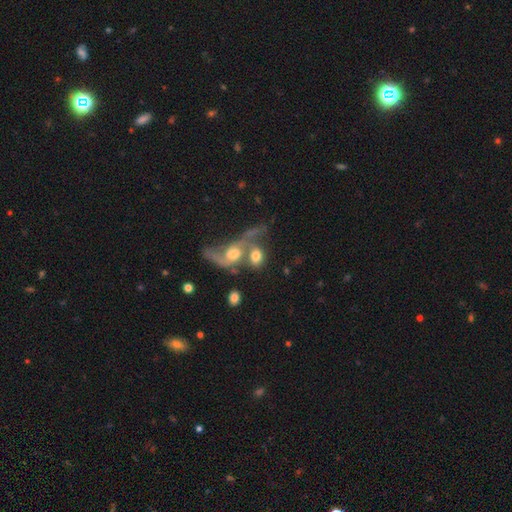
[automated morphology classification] smooth-or-featured: smooth: 54% | featured or disk: 37% | star or artifact: 10%
  how-rounded: in between: 60% | round: 37% | cigar-shaped: 3%
  merging: merger: 64% | none: 17% | major disturbance: 11% | minor disturbance: 8%